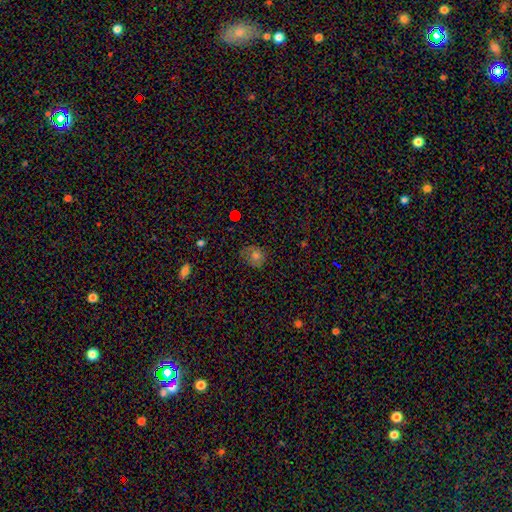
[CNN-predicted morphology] Overall: smooth (61%). How rounded: round (71%). Merging: none (70%).